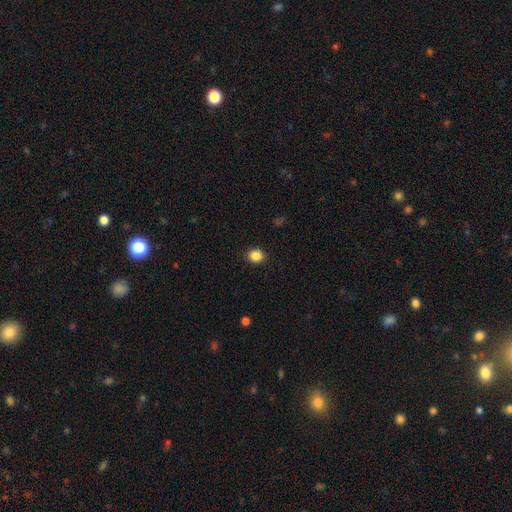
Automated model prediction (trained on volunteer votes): smooth 87%, star or artifact 10%, featured or disk 3%. Down the decision tree: how rounded — round (72%); merging — none (91%).